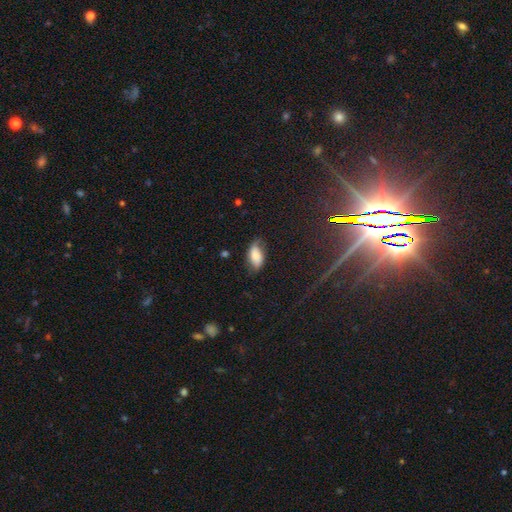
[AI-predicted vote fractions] smooth-or-featured: smooth: 69% | featured or disk: 23% | star or artifact: 8%
  how-rounded: in between: 92% | cigar-shaped: 4% | round: 4%
  merging: none: 58% | minor disturbance: 30% | major disturbance: 9% | merger: 2%